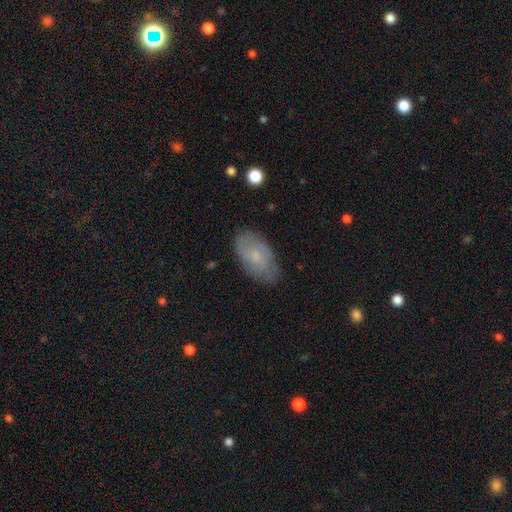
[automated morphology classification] smooth_or_featured: featured or disk (p=0.51) [alt: smooth p=0.41]
disk_edge_on: no (p=0.94) [alt: yes p=0.06]
merging: none (p=0.77) [alt: minor disturbance p=0.18]